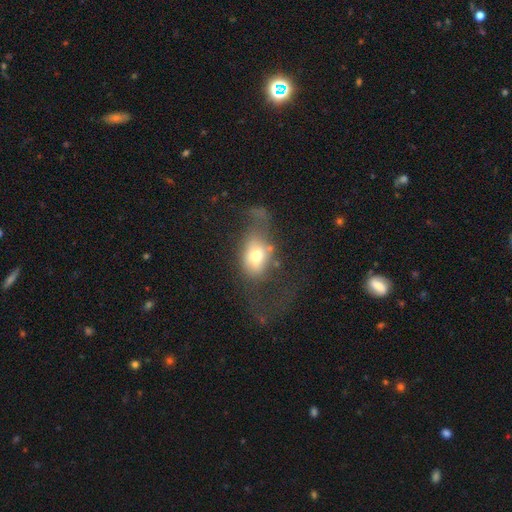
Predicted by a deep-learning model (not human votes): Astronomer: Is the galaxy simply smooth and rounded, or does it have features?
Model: smooth — 63%.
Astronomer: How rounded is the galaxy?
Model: in between — 73%.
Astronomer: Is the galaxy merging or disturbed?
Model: major disturbance — 50% (runner-up: none, 26%).